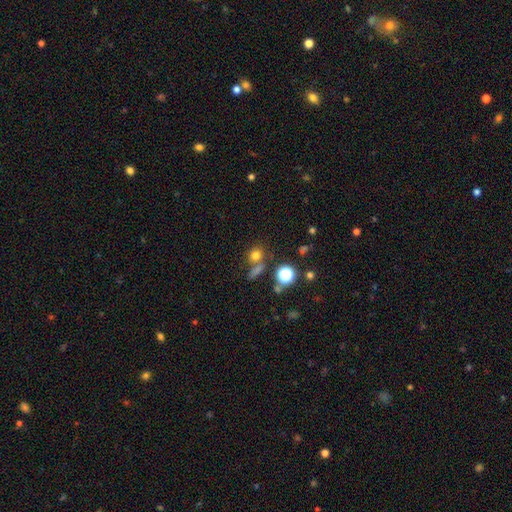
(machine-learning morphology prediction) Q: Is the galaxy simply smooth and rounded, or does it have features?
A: smooth — 71%.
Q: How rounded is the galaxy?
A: round — 79%.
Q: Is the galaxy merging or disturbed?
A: none — 62%.